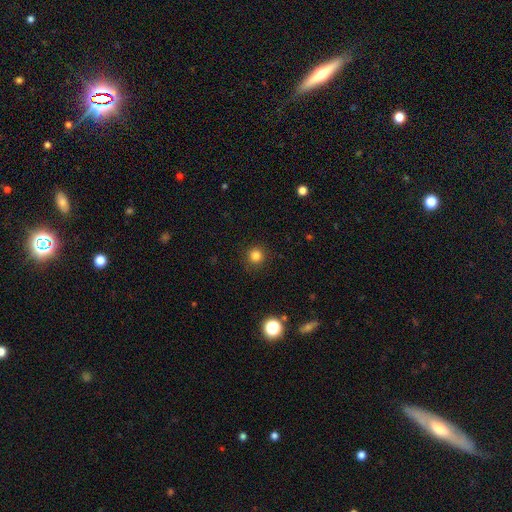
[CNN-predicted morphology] This appears to be a smooth galaxy with no disk features (82%) that is round (94%). Merging: none (89%).